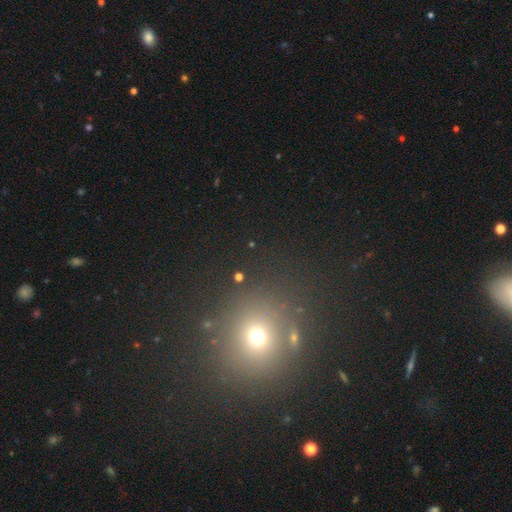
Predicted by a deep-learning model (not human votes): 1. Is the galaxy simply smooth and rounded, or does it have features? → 49% smooth, 42% star or artifact, 9% featured or disk.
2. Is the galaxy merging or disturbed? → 86% none, 7% minor disturbance, 4% merger, 3% major disturbance.